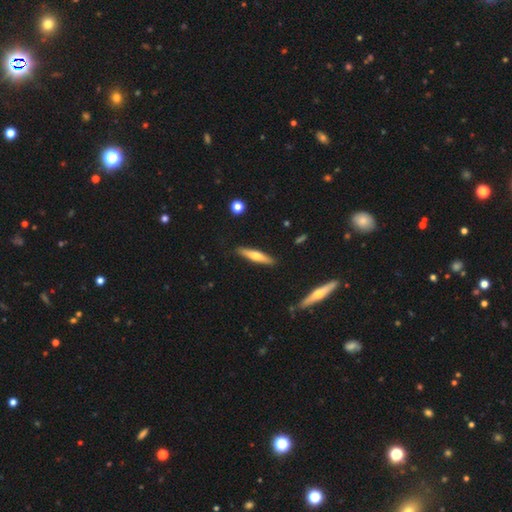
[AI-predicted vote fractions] Smooth or featured?
  - smooth: 50% *
  - featured or disk: 44%
  - star or artifact: 6%
How rounded?
  - cigar-shaped: 86% *
  - in between: 12%
  - round: 1%
Merging?
  - none: 87% *
  - minor disturbance: 9%
  - major disturbance: 2%
  - merger: 2%